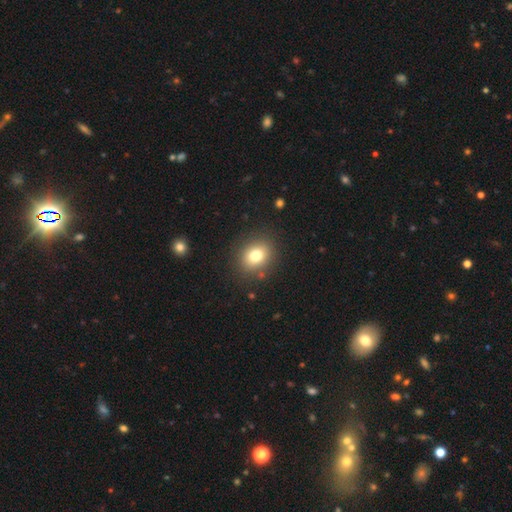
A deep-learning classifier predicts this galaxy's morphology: A smooth galaxy with no disk features (77%) that is round (59%).

Vote fractions:
- Smooth or featured? smooth: 77% / star or artifact: 12% / featured or disk: 11%
- How rounded? round: 59% / in between: 40% / cigar-shaped: 1%
- Merging? none: 86% / minor disturbance: 8% / major disturbance: 4% / merger: 2%